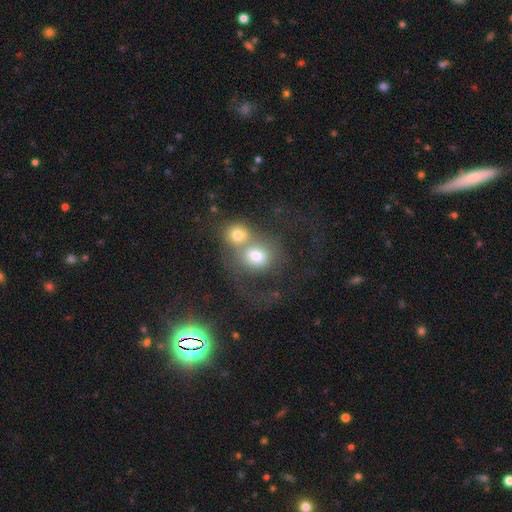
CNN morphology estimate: A smooth galaxy with no disk features (62%) that is round (70%).

Vote fractions:
- Smooth or featured? smooth: 62% / featured or disk: 23% / star or artifact: 14%
- How rounded? round: 70% / in between: 29% / cigar-shaped: 1%
- Merging? merger: 67% / none: 19% / major disturbance: 8% / minor disturbance: 6%